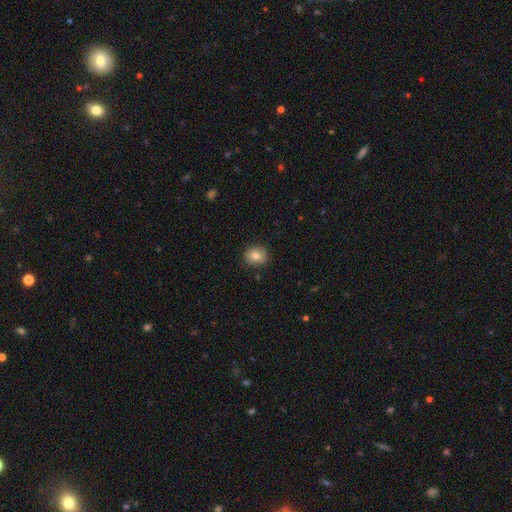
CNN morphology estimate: smooth-or-featured: smooth: 78% | featured or disk: 14% | star or artifact: 9%
  how-rounded: round: 73% | in between: 26% | cigar-shaped: 1%
  merging: none: 87% | minor disturbance: 10% | major disturbance: 2% | merger: 1%